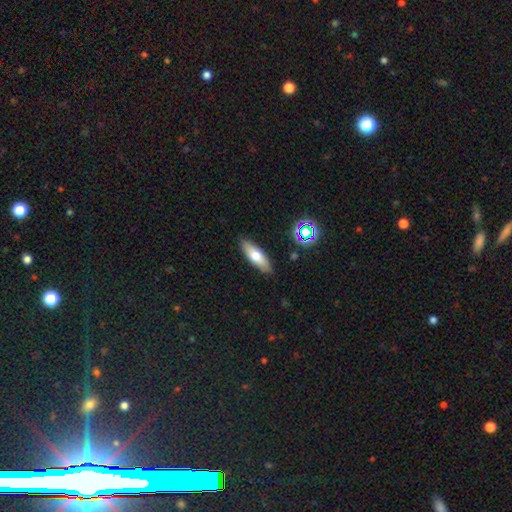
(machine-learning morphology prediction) This is likely a smooth galaxy (67%). How rounded: possibly in between (55%). Merging: clearly none (88%).